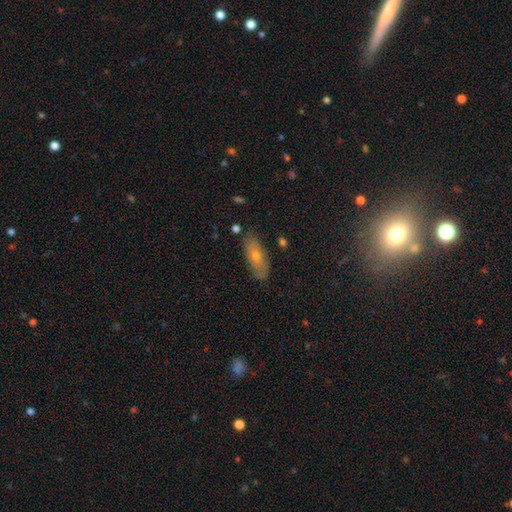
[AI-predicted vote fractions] The model was most divided on "smooth or featured": smooth: 54%, featured or disk: 34%, star or artifact: 12%. More confident: merging — none (81%); how rounded — in between (70%).